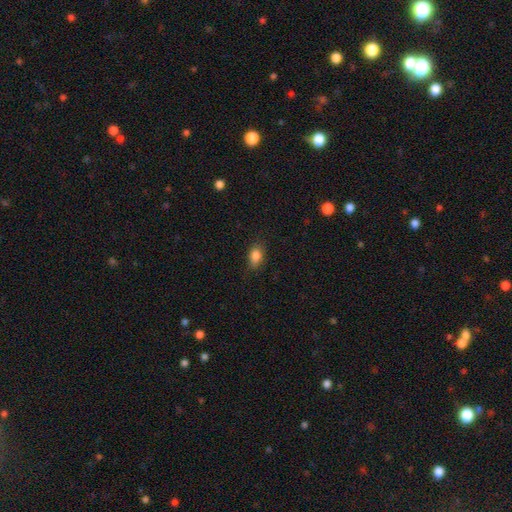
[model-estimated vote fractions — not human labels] smooth 85%, star or artifact 9%, featured or disk 6%. Down the decision tree: how rounded — in between (82%); merging — none (80%).